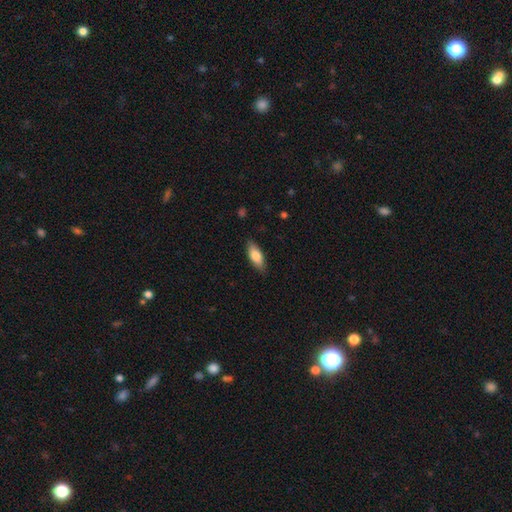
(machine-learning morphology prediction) Smooth or featured? Predicted: smooth (p=0.80). How rounded? Predicted: in between (p=0.76). Merging? Predicted: none (p=0.85).